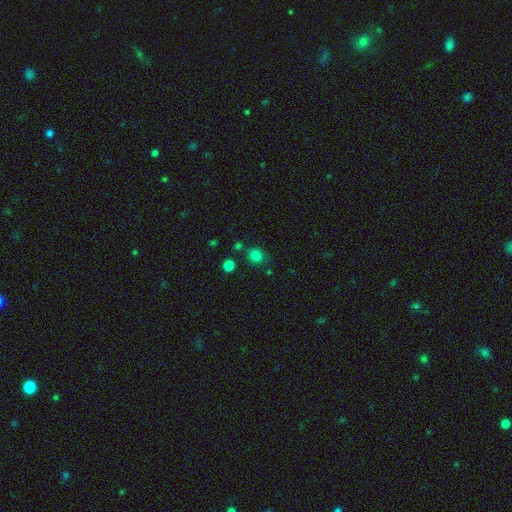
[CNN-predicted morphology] Smooth or featured?
  - smooth: 81% *
  - star or artifact: 15%
  - featured or disk: 4%
How rounded?
  - round: 87% *
  - in between: 12%
  - cigar-shaped: 1%
Merging?
  - none: 78% *
  - minor disturbance: 11%
  - merger: 7%
  - major disturbance: 4%